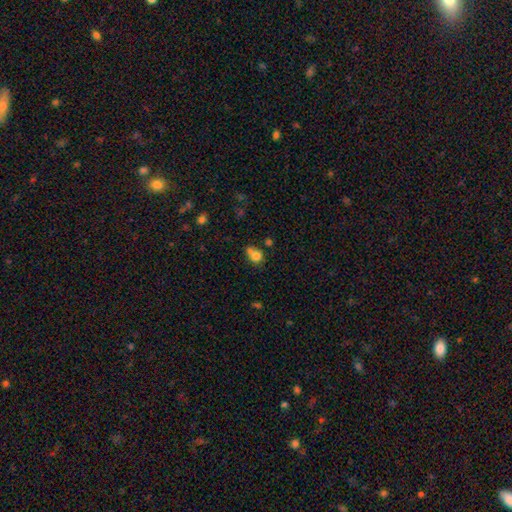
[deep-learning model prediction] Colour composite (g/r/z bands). It shows a smooth galaxy with no disk features (77%) that is round (71%). Merging: merger (41%).